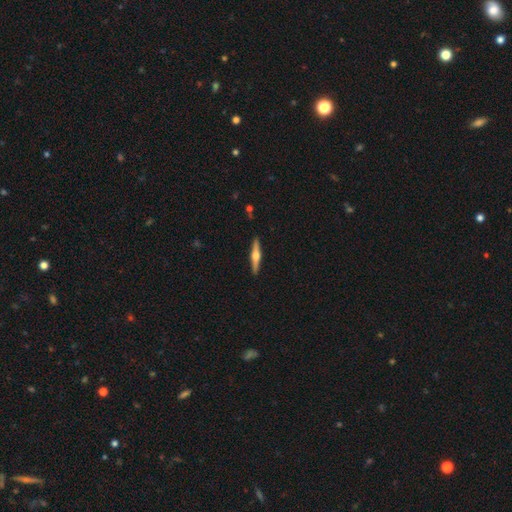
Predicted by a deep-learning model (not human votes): smooth-or-featured: featured or disk: 70% | smooth: 25% | star or artifact: 5%
  disk-edge-on: yes: 98% | no: 2%
    edge-on-bulge: rounded: 94% | boxy: 4% | none: 2%
  merging: none: 92% | minor disturbance: 6% | major disturbance: 1% | merger: 1%